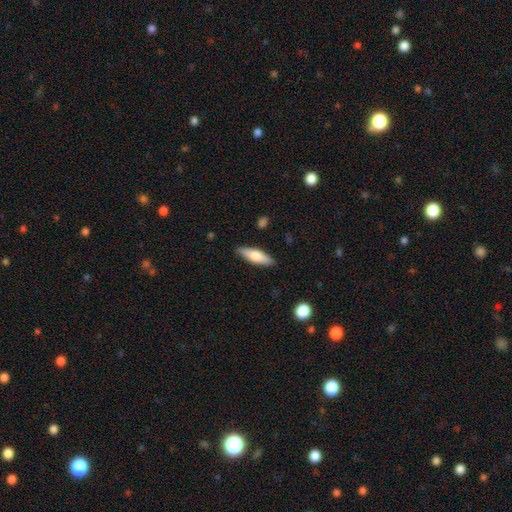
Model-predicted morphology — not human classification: Smooth or featured?
  - smooth: 67% *
  - featured or disk: 27%
  - star or artifact: 6%
How rounded?
  - in between: 50% *
  - cigar-shaped: 48%
  - round: 2%
Merging?
  - none: 86% *
  - minor disturbance: 10%
  - major disturbance: 2%
  - merger: 1%